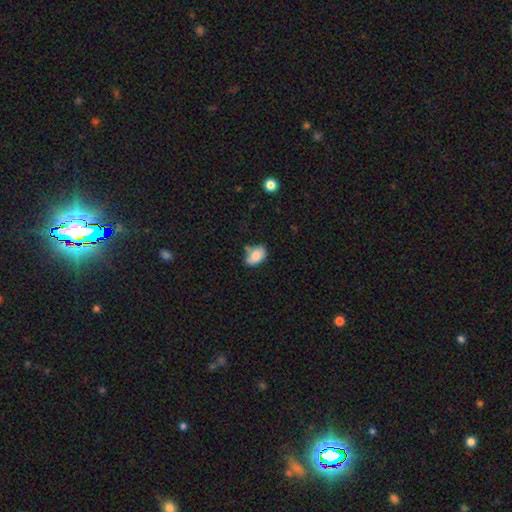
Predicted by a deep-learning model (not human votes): Smooth or featured? smooth (82%)
How rounded? in between (90%)
Merging? none (56%)